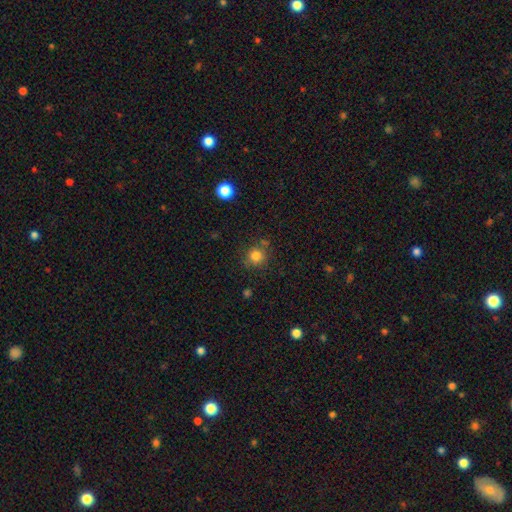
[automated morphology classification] The model was most divided on "merging": none: 78%, minor disturbance: 12%, merger: 6%, major disturbance: 4%. More confident: how rounded — round (90%); smooth or featured — smooth (81%).